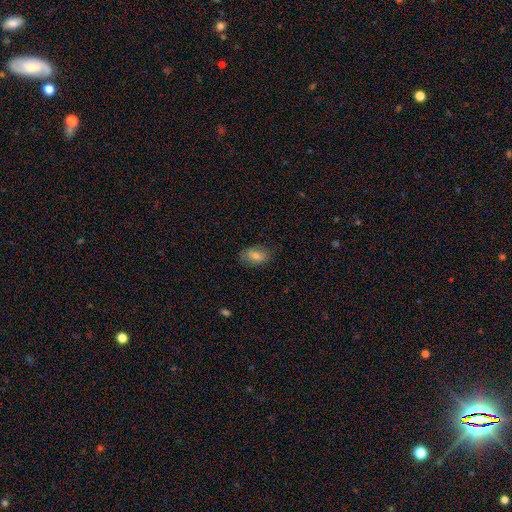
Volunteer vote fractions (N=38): This is likely a smooth galaxy (71%). How rounded: clearly in between (93%). Merging: clearly none (84%).